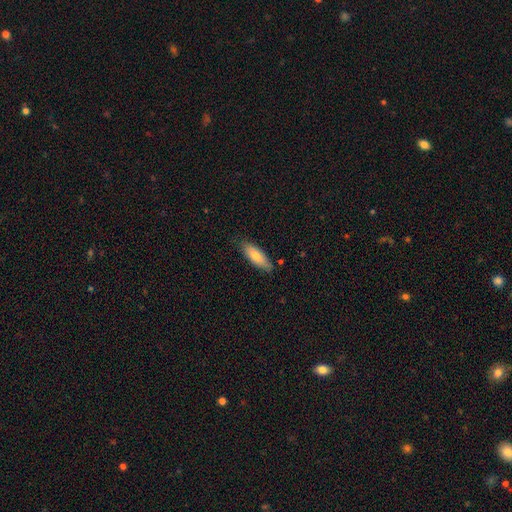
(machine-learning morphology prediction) The model was most divided on "how rounded": in between: 64%, cigar-shaped: 34%, round: 2%. More confident: merging — none (81%); smooth or featured — smooth (73%).